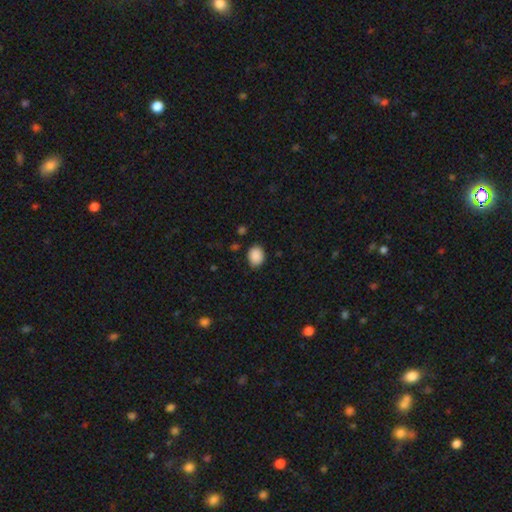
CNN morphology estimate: Smooth or featured? Predicted: smooth (p=0.89). How rounded? Predicted: in between (p=0.59). Merging? Predicted: none (p=0.83).